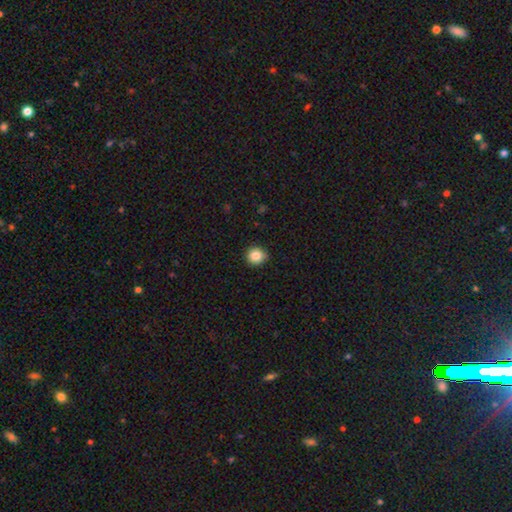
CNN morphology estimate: Smooth or featured: smooth — 85% (star or artifact — 10%)
How rounded: round — 93% (in between — 6%)
Merging: none — 89% (minor disturbance — 9%)